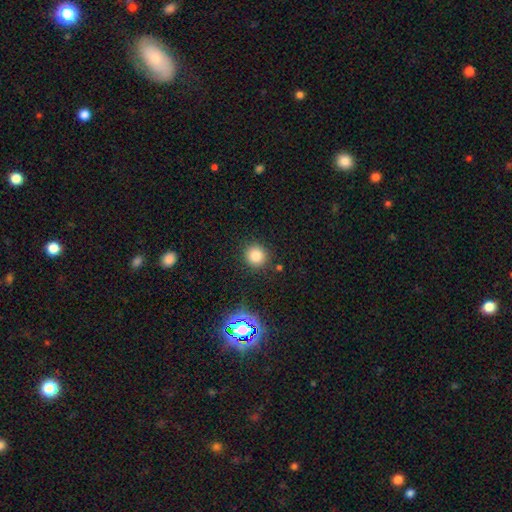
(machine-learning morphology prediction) A smooth galaxy with no disk features (79%) that is round (91%).

Vote fractions:
- Smooth or featured? smooth: 79% / star or artifact: 16% / featured or disk: 5%
- How rounded? round: 91% / in between: 8% / cigar-shaped: 1%
- Merging? none: 88% / minor disturbance: 7% / major disturbance: 3% / merger: 2%